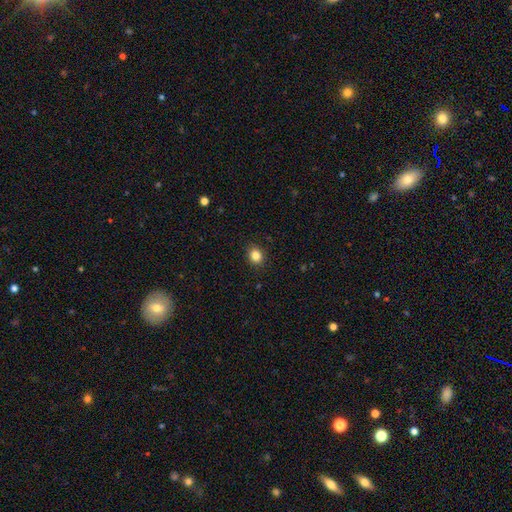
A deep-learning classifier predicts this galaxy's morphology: This appears to be a smooth galaxy with no disk features (84%) that is round (69%). Merging: none (90%).